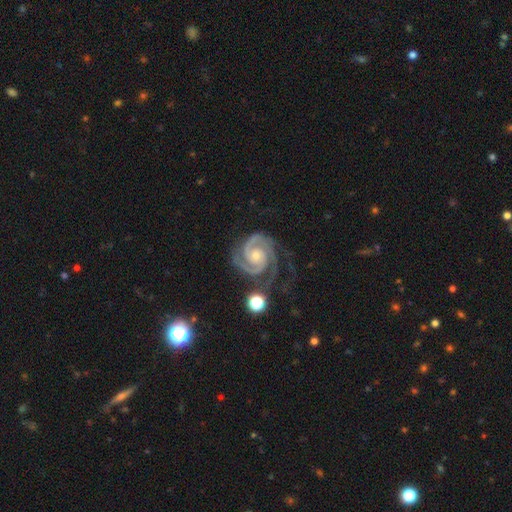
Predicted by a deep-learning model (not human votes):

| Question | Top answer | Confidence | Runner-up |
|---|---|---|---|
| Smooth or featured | featured or disk | 93% | star or artifact (4%) |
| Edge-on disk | no | 98% | yes (2%) |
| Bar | no | 68% | weak (22%) |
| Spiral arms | yes | 99% | no (1%) |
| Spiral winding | tight | 72% | medium (26%) |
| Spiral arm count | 2 | 68% | 3 (23%) |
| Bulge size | small | 59% | moderate (35%) |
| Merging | none | 69% | minor disturbance (19%) |